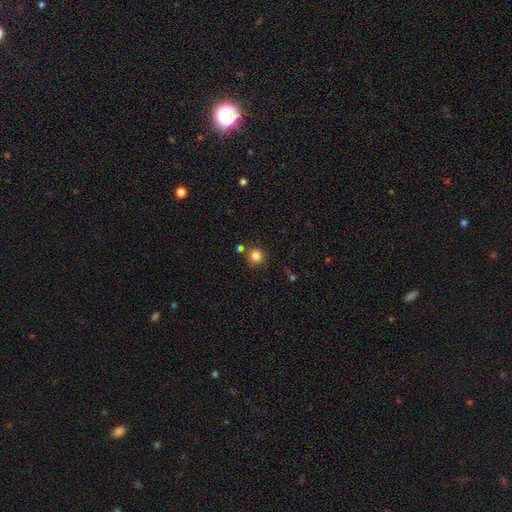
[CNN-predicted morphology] Smooth or featured?
  - smooth: 84% *
  - star or artifact: 11%
  - featured or disk: 5%
How rounded?
  - round: 88% *
  - in between: 11%
  - cigar-shaped: 1%
Merging?
  - none: 75% *
  - minor disturbance: 11%
  - merger: 10%
  - major disturbance: 4%